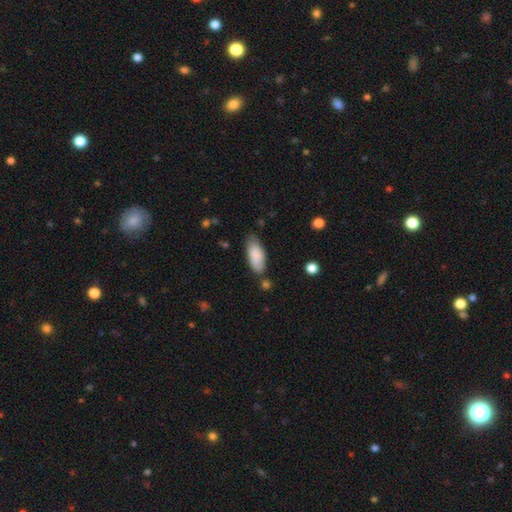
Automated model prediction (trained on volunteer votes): A smooth galaxy with no disk features (87%) that is in between round and cigar-shaped (81%).

Vote fractions:
- Smooth or featured? smooth: 87% / featured or disk: 7% / star or artifact: 6%
- How rounded? in between: 81% / cigar-shaped: 17% / round: 2%
- Merging? none: 73% / minor disturbance: 19% / merger: 4% / major disturbance: 4%